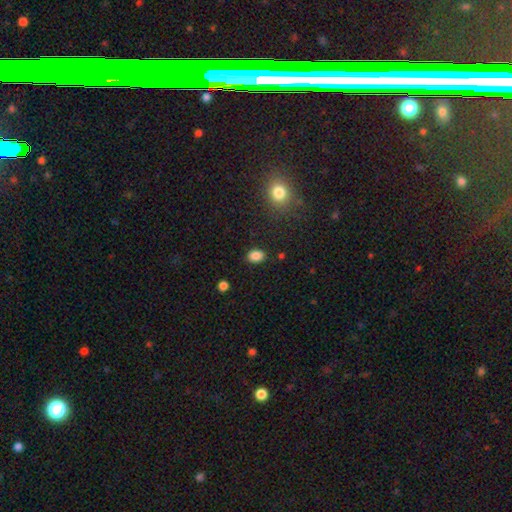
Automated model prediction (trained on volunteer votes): Morphology: type=smooth (86%); roundness=in between (73%); merging=none (86%).